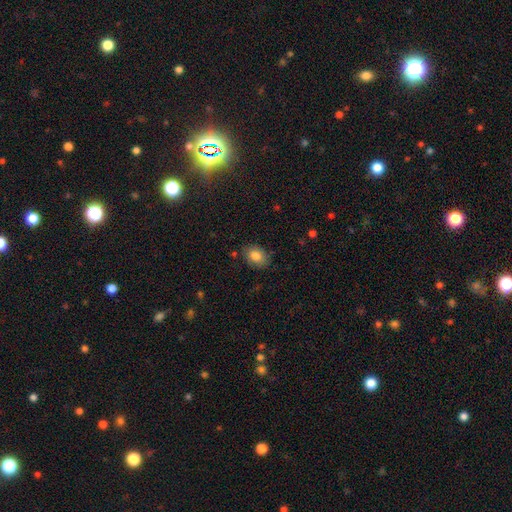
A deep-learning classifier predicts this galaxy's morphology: Smooth or featured? Predicted: smooth (p=0.83). How rounded? Predicted: in between (p=0.78). Merging? Predicted: none (p=0.80).